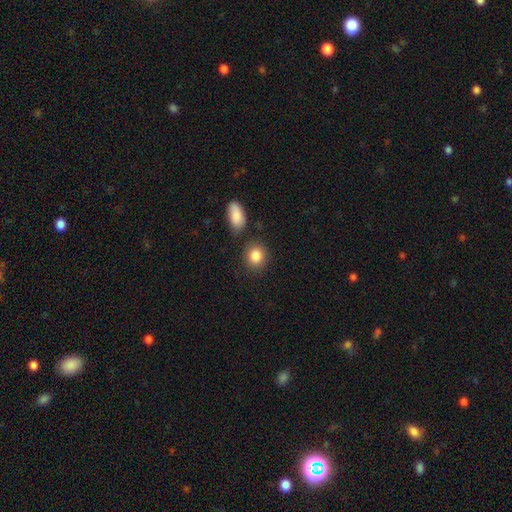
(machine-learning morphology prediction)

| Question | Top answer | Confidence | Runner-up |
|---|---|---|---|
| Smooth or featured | smooth | 87% | star or artifact (8%) |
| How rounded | round | 68% | in between (31%) |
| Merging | none | 78% | minor disturbance (11%) |